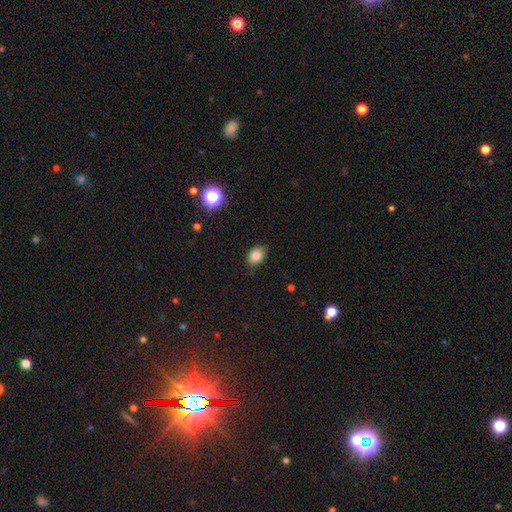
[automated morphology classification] smooth 84%, star or artifact 10%, featured or disk 5%. Down the decision tree: how rounded — in between (77%); merging — none (81%).